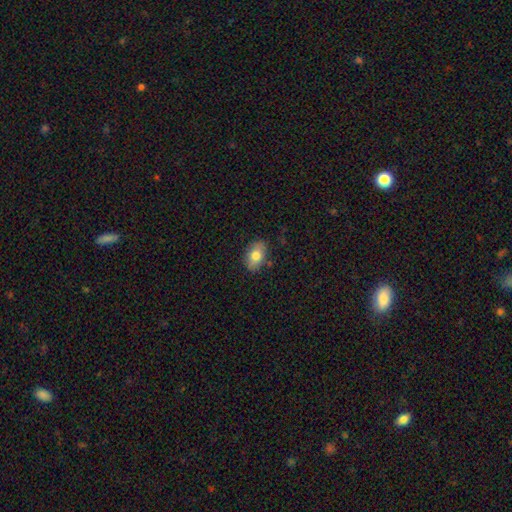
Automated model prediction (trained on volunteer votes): The model was most divided on "smooth or featured": smooth: 76%, featured or disk: 16%, star or artifact: 8%. More confident: how rounded — in between (87%); merging — none (83%).